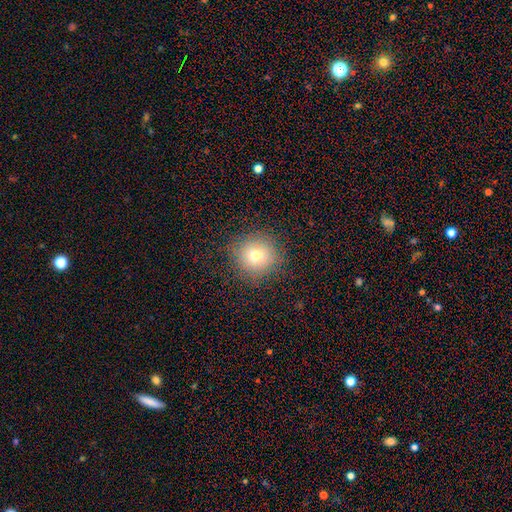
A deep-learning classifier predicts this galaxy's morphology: smooth_or_featured: smooth (p=0.72) [alt: star or artifact p=0.16]
how_rounded: round (p=0.92) [alt: in between p=0.07]
merging: none (p=0.86) [alt: minor disturbance p=0.09]